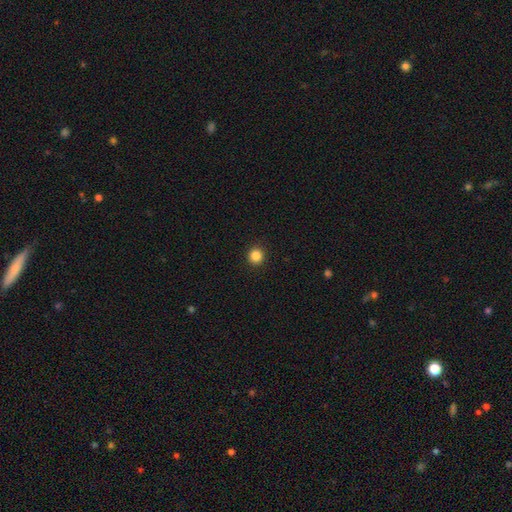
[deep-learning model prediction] Morphology: type=smooth (86%); roundness=round (93%); merging=none (93%).